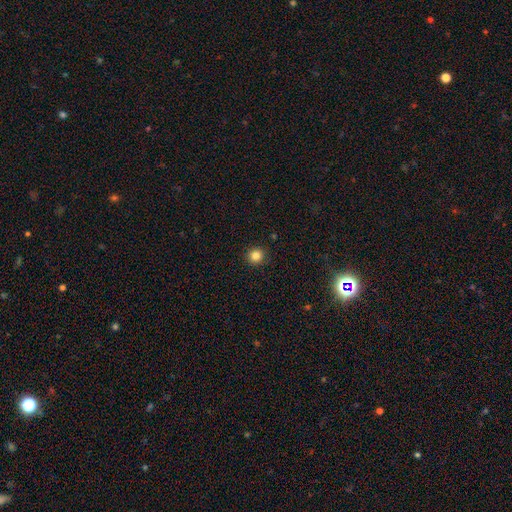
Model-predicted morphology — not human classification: A smooth galaxy with no disk features (84%) that is round (94%). Merging: none (92%).